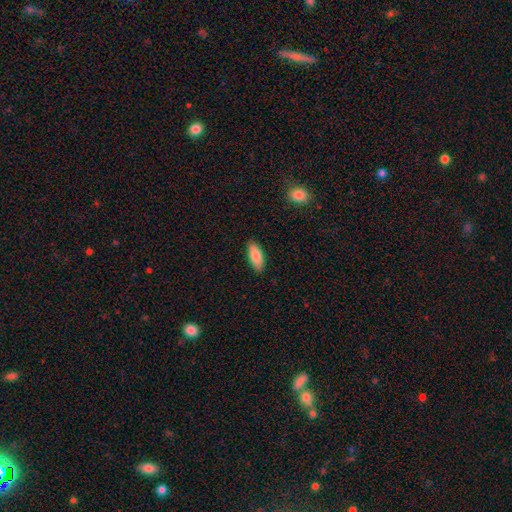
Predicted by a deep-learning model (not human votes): This appears to be a smooth galaxy with no disk features (85%) that is in between round and cigar-shaped (79%). Merging: none (88%).